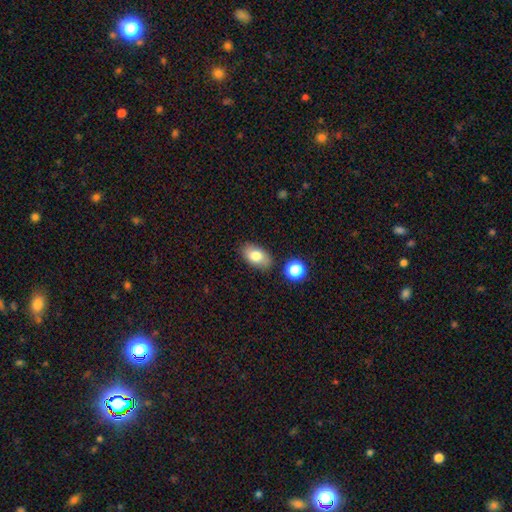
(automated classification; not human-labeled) smooth_or_featured: smooth (p=0.79) [alt: featured or disk p=0.13]
how_rounded: in between (p=0.90) [alt: round p=0.09]
merging: none (p=0.81) [alt: minor disturbance p=0.12]